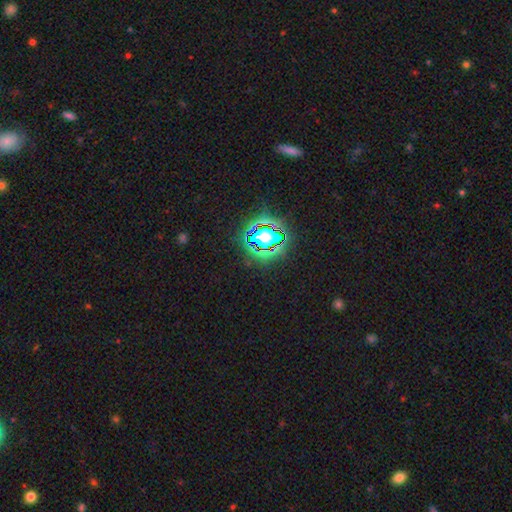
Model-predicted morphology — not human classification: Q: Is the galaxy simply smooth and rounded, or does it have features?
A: star or artifact — 80%.